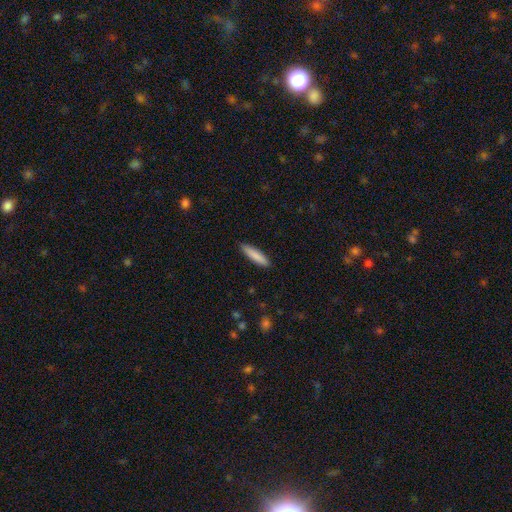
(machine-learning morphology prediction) Overall: smooth (84%). How rounded: cigar-shaped (83%). Merging: none (89%).